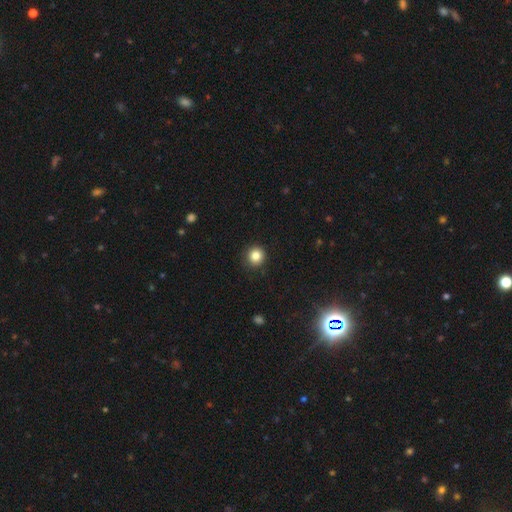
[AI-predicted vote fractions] Overall: smooth (83%). How rounded: round (92%). Merging: none (91%).